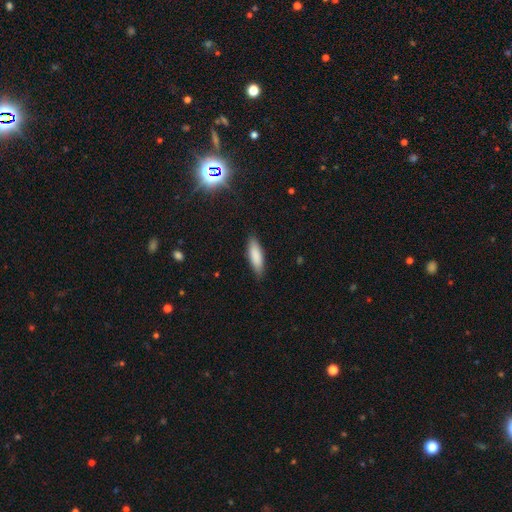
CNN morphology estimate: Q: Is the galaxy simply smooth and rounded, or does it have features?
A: smooth — 85%.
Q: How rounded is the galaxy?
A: cigar-shaped — 52%.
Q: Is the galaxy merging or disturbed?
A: none — 83%.